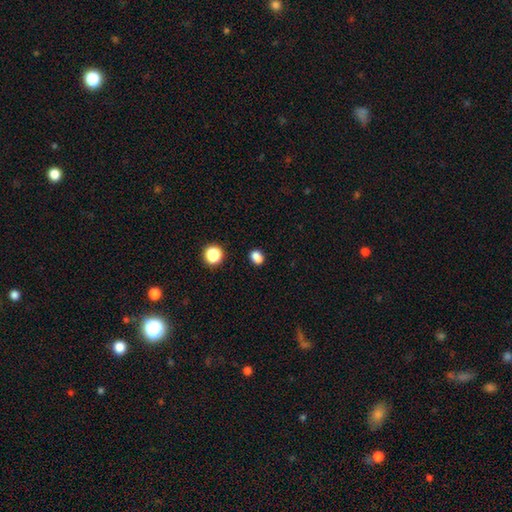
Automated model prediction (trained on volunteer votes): A smooth galaxy with no disk features (81%) that is in between round and cigar-shaped (58%). Merging: none (76%).